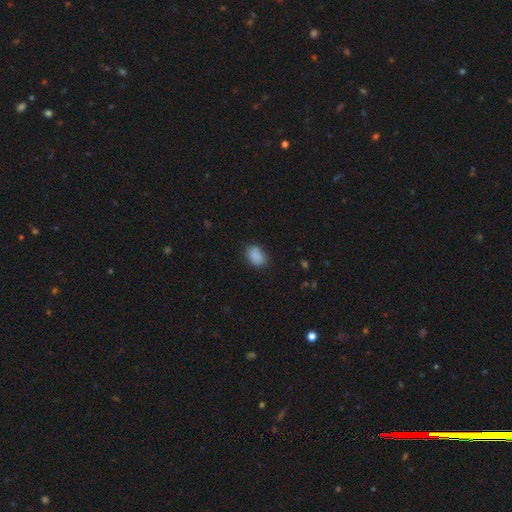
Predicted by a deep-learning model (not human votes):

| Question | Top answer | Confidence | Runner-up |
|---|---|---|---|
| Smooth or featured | smooth | 88% | star or artifact (8%) |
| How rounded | in between | 84% | round (15%) |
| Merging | none | 76% | minor disturbance (18%) |